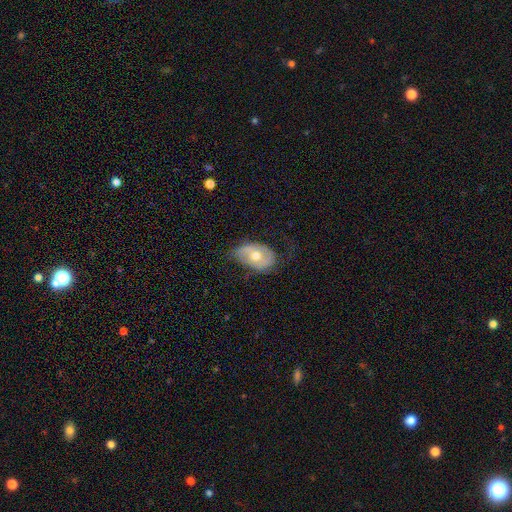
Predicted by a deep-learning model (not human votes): This is possibly a featured or disk galaxy (50%). It is clearly not viewed edge-on (92%). Merging: possibly none (51%).